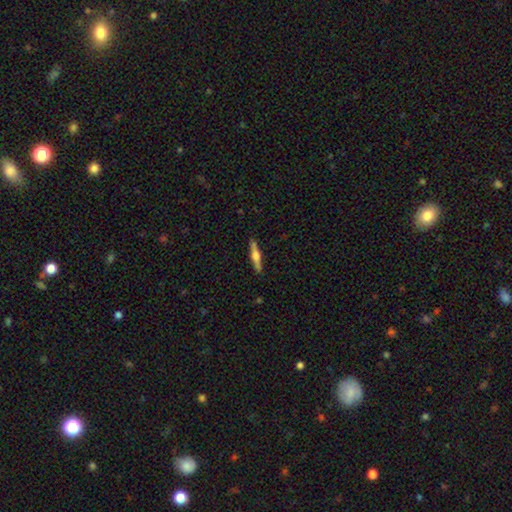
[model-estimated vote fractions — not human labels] A featured or disk galaxy (64%) viewed edge-on (98%) with a rounded central bulge (87%).

Vote fractions:
- Smooth or featured? featured or disk: 64% / smooth: 30% / star or artifact: 6%
- Edge-on disk? yes: 98% / no: 2%
- Edge-on bulge? rounded: 87% / boxy: 9% / none: 3%
- Merging? none: 90% / minor disturbance: 8% / major disturbance: 2% / merger: 1%